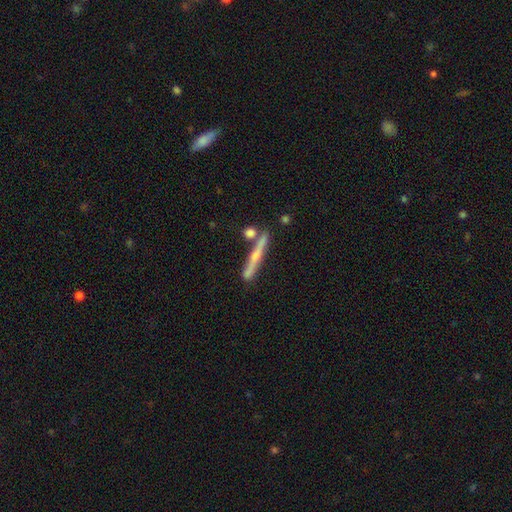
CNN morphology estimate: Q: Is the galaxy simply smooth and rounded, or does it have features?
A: featured or disk — 64%.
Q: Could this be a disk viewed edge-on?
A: yes — 95%.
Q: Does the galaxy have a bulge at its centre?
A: rounded — 73%.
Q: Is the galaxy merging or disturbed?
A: none — 75%.